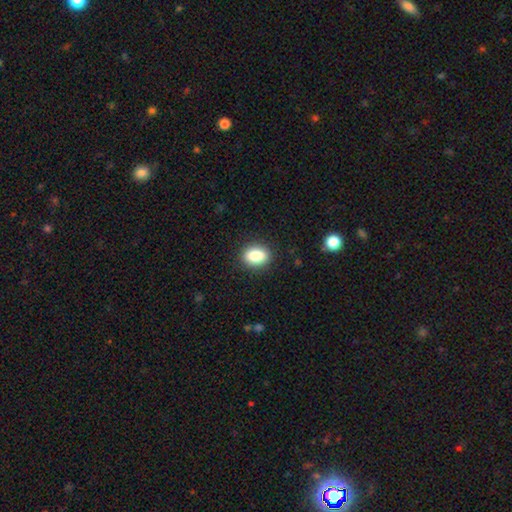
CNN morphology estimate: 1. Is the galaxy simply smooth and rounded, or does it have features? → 84% smooth, 9% star or artifact, 7% featured or disk.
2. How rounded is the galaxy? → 68% in between, 30% round, 2% cigar-shaped.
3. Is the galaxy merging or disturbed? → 89% none, 8% minor disturbance, 2% major disturbance, 1% merger.